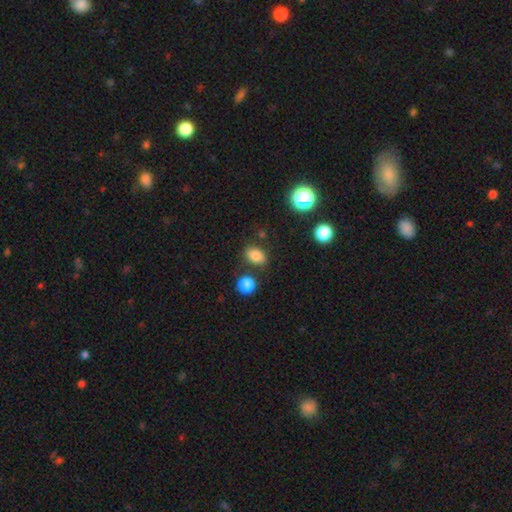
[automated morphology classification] A smooth galaxy with no disk features (80%) that is in between round and cigar-shaped (75%). Merging: none (79%).